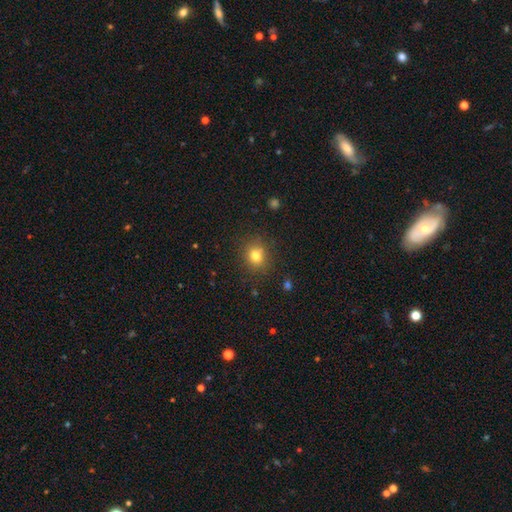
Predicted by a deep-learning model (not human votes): A smooth galaxy with no disk features (79%) that is round (77%). Merging: none (86%).